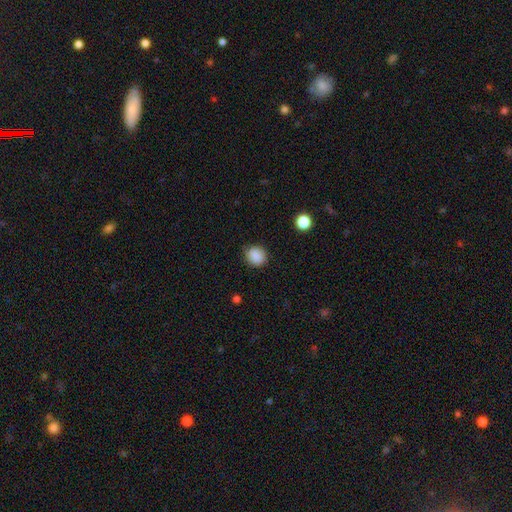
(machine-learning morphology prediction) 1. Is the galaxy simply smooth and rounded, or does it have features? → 87% smooth, 9% star or artifact, 3% featured or disk.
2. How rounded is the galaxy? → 80% round, 19% in between, 1% cigar-shaped.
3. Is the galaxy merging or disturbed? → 85% none, 11% minor disturbance, 3% major disturbance, 1% merger.